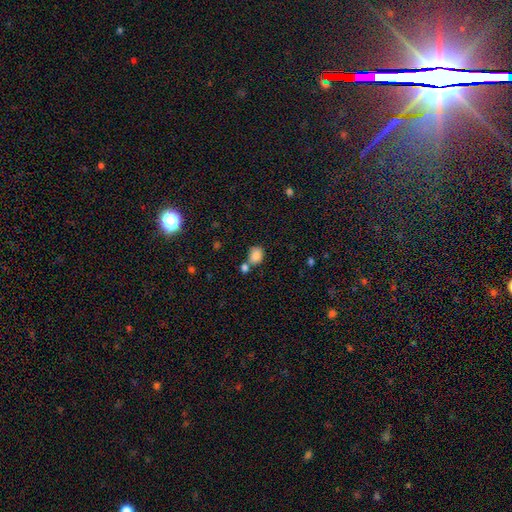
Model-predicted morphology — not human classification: A smooth galaxy with no disk features (84%) that is round (50%). Merging: none (49%).